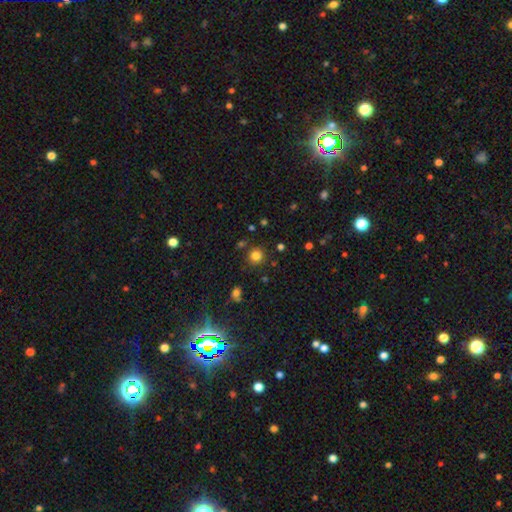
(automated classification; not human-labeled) Overall: smooth (79%). How rounded: round (92%). Merging: none (86%).